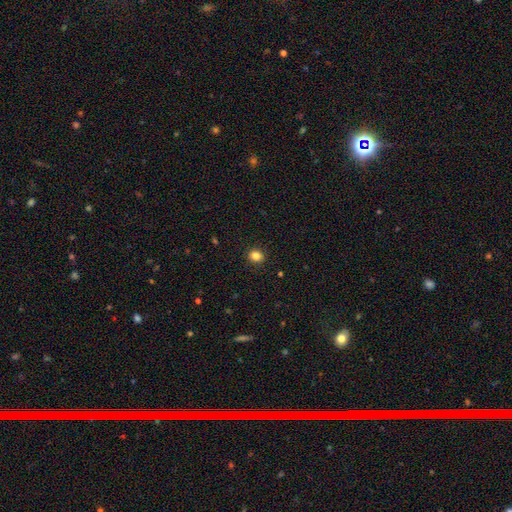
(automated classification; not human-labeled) Smooth or featured: smooth — 84% (star or artifact — 11%)
How rounded: round — 76% (in between — 23%)
Merging: none — 91% (minor disturbance — 6%)